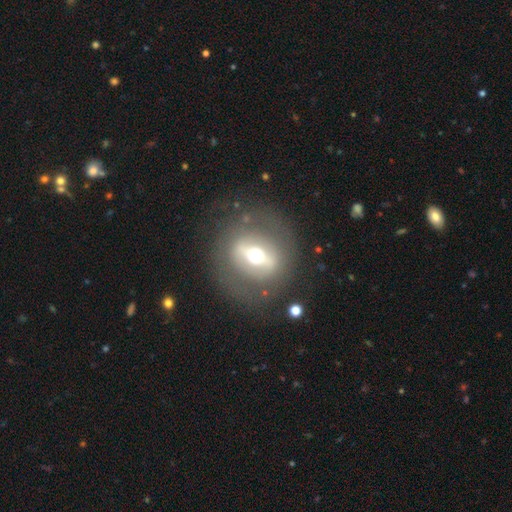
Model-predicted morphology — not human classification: smooth_or_featured: featured or disk (p=0.60) [alt: smooth p=0.31]
disk_edge_on: no (p=0.78) [alt: yes p=0.22]
merging: none (p=0.78) [alt: minor disturbance p=0.11]